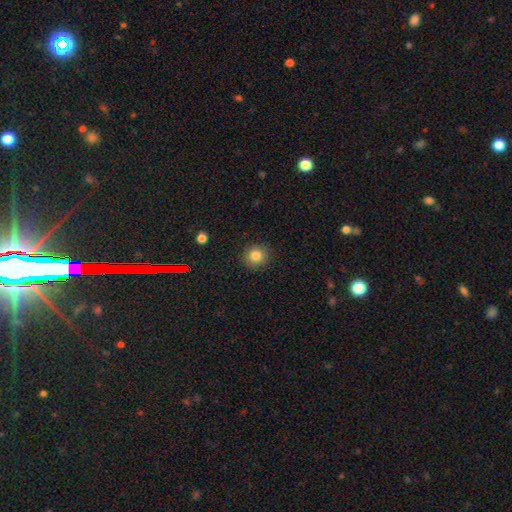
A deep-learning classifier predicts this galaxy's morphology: The model was most divided on "smooth or featured": smooth: 83%, star or artifact: 11%, featured or disk: 6%. More confident: merging — none (90%); how rounded — round (90%).